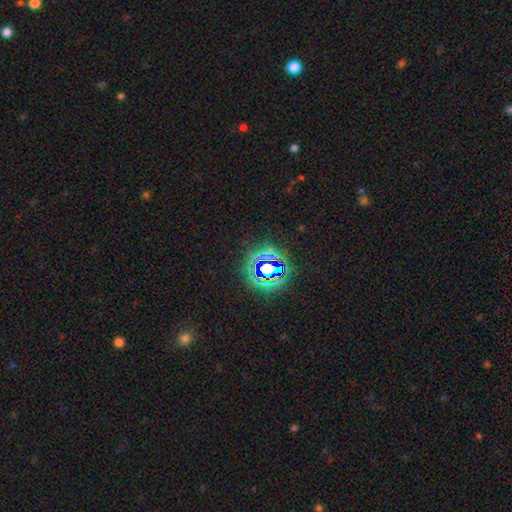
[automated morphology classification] Smooth or featured?
  - star or artifact: 73% *
  - smooth: 17%
  - featured or disk: 10%